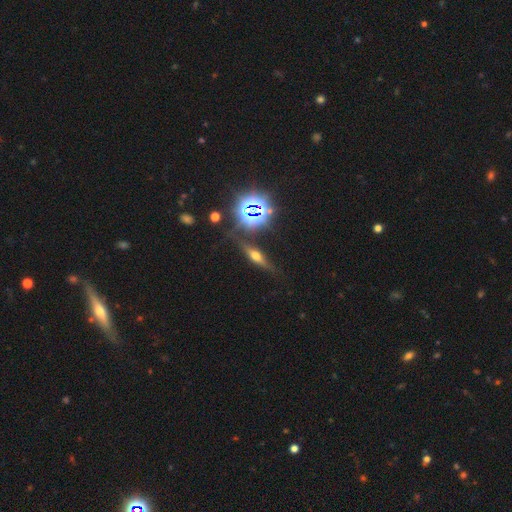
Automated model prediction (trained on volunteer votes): smooth_or_featured: featured or disk (p=0.49) [alt: smooth p=0.28]
merging: none (p=0.80) [alt: minor disturbance p=0.12]